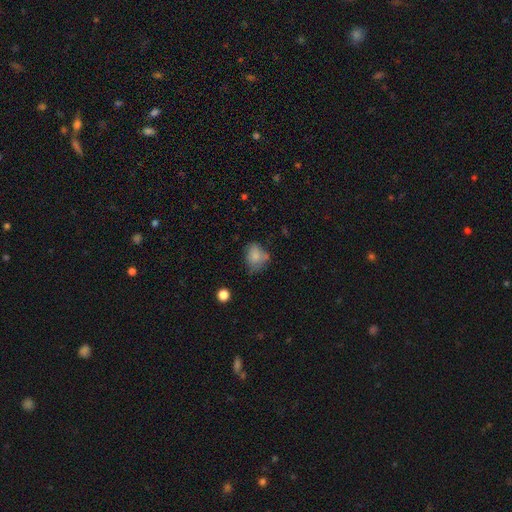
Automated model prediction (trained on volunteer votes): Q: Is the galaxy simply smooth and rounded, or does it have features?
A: smooth — 77%.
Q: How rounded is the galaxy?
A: in between — 54%.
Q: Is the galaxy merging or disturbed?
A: none — 47%.